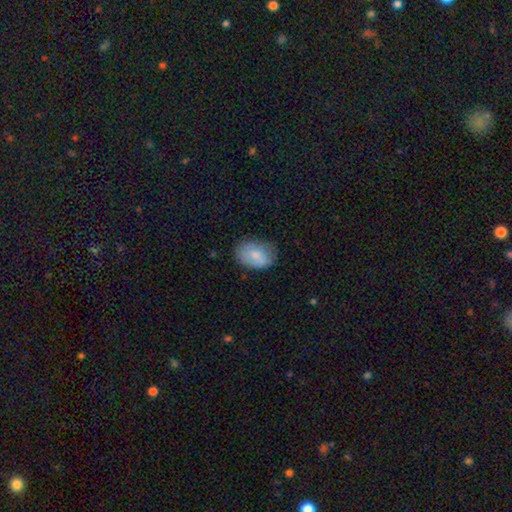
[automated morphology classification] Smooth or featured: smooth — 79% (featured or disk — 15%)
How rounded: in between — 83% (round — 16%)
Merging: none — 67% (minor disturbance — 25%)